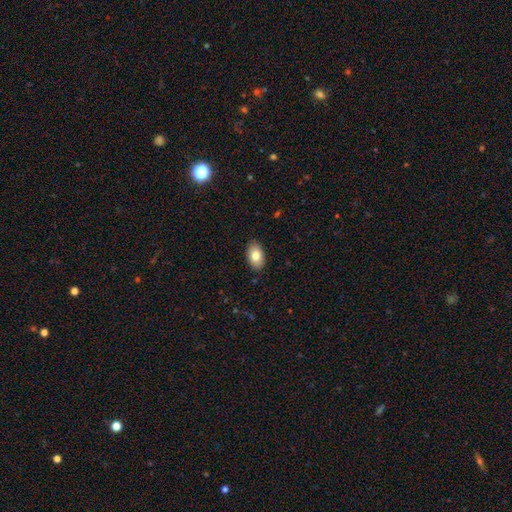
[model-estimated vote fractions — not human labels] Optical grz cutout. It shows a smooth galaxy with no disk features (78%) that is in between round and cigar-shaped (92%). Merging: none (88%).